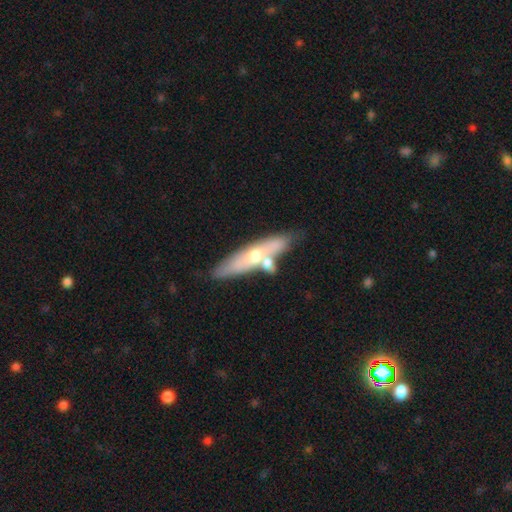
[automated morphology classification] A featured or disk galaxy (52%) viewed edge-on (67%).

Vote fractions:
- Smooth or featured? featured or disk: 52% / smooth: 42% / star or artifact: 7%
- Edge-on disk? yes: 67% / no: 33%
- Merging? none: 62% / merger: 20% / minor disturbance: 15% / major disturbance: 4%